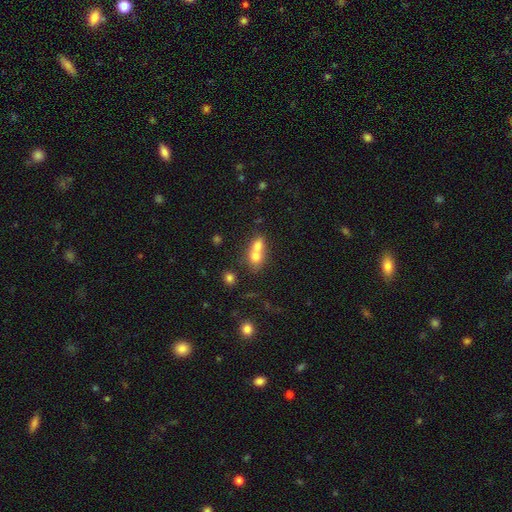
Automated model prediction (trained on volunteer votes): Morphology: type=smooth (70%); roundness=round (49%); merging=merger (72%).